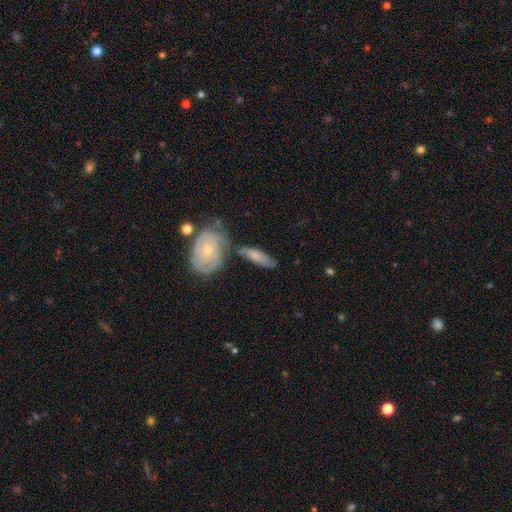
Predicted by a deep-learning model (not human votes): smooth-or-featured: smooth: 51% | featured or disk: 42% | star or artifact: 7%
  how-rounded: in between: 61% | cigar-shaped: 34% | round: 5%
  merging: none: 48% | merger: 23% | minor disturbance: 20% | major disturbance: 8%